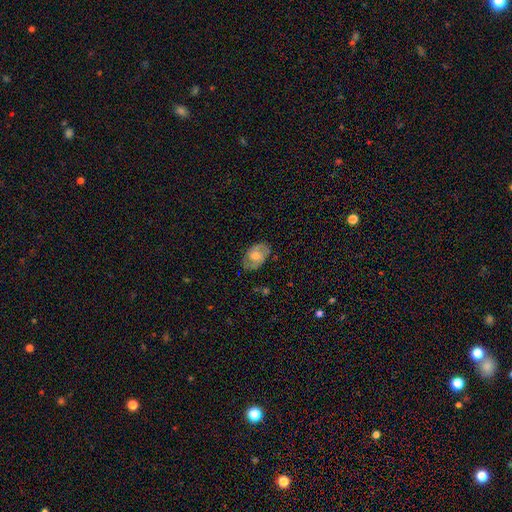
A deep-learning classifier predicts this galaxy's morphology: Smooth or featured? featured or disk (47%)
Merging? none (76%)